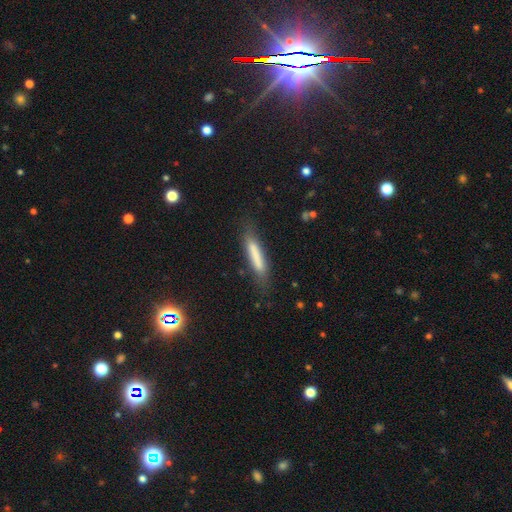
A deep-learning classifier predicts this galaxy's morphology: Smooth or featured? smooth (72%)
How rounded? cigar-shaped (87%)
Merging? none (76%)